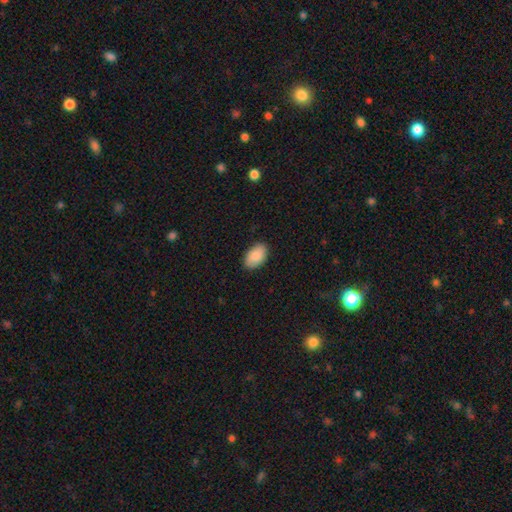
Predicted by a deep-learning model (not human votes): Q: Smooth or featured?
A: smooth (89%); runner-up: star or artifact (6%)
Q: How rounded?
A: in between (93%); runner-up: round (6%)
Q: Merging?
A: none (88%); runner-up: minor disturbance (9%)